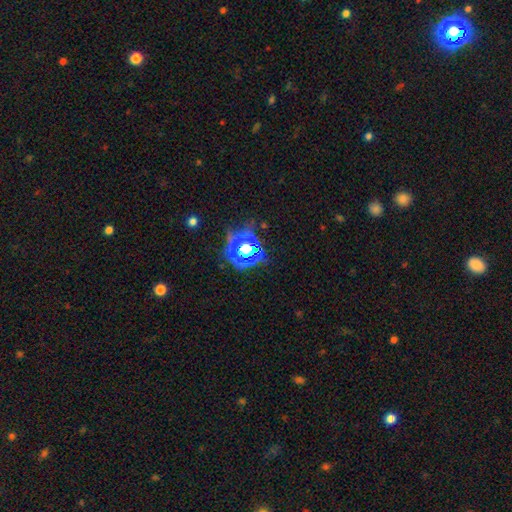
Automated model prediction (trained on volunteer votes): smooth-or-featured: star or artifact: 70% | smooth: 21% | featured or disk: 9%